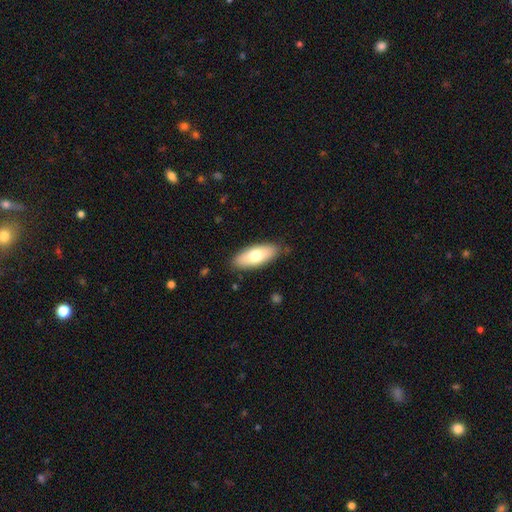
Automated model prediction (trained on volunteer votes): smooth 72%, featured or disk 22%, star or artifact 6%. Down the decision tree: how rounded — in between (79%); merging — none (85%).